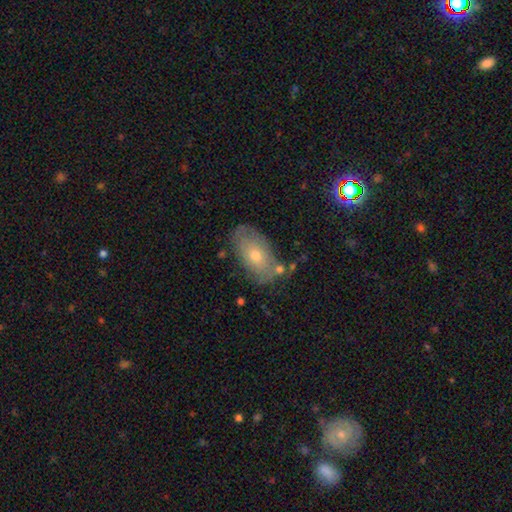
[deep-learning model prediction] Smooth or featured: smooth — 54% (featured or disk — 37%)
How rounded: in between — 90% (round — 7%)
Merging: none — 67% (minor disturbance — 21%)